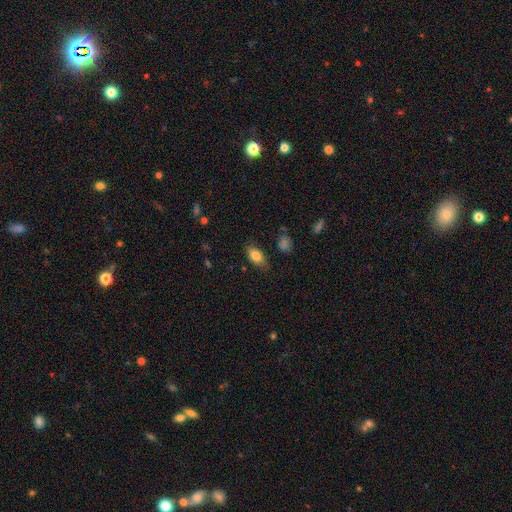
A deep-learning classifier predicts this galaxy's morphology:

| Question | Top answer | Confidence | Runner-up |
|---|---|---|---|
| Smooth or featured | smooth | 82% | featured or disk (10%) |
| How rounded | in between | 89% | round (6%) |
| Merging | none | 77% | minor disturbance (18%) |